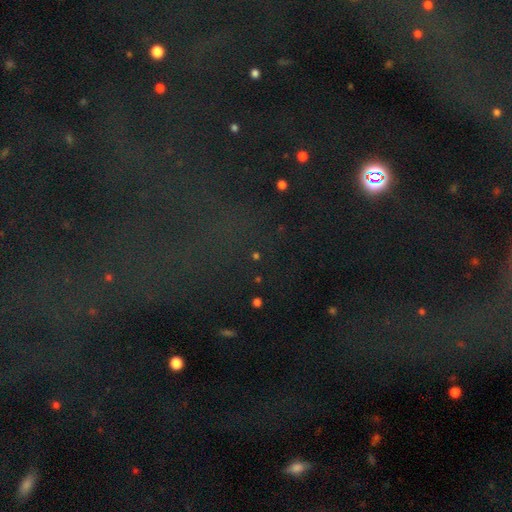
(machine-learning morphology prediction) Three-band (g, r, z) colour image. It shows a star or artifact, not a galaxy (72%).